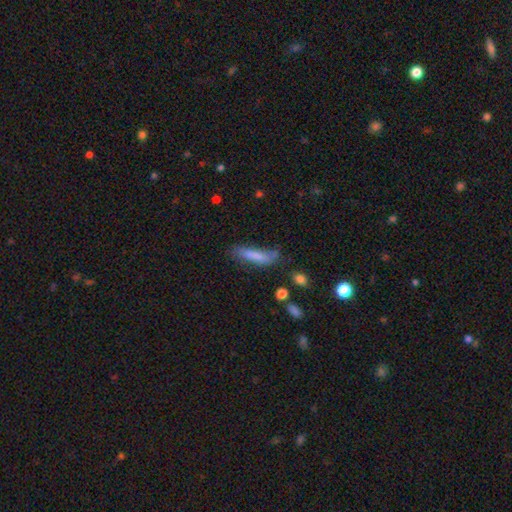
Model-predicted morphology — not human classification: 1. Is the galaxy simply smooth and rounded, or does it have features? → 73% smooth, 19% featured or disk, 8% star or artifact.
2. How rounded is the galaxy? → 79% cigar-shaped, 19% in between, 2% round.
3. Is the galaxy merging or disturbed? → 54% none, 28% minor disturbance, 12% major disturbance, 5% merger.